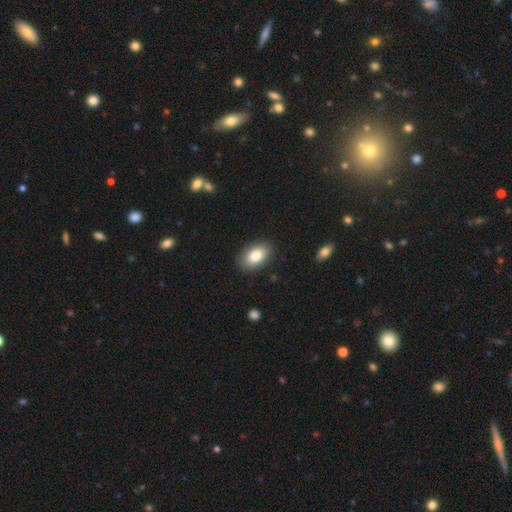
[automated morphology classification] A smooth galaxy with no disk features (84%) that is in between round and cigar-shaped (92%).

Vote fractions:
- Smooth or featured? smooth: 84% / featured or disk: 9% / star or artifact: 7%
- How rounded? in between: 92% / round: 6% / cigar-shaped: 2%
- Merging? none: 87% / minor disturbance: 9% / major disturbance: 2% / merger: 1%